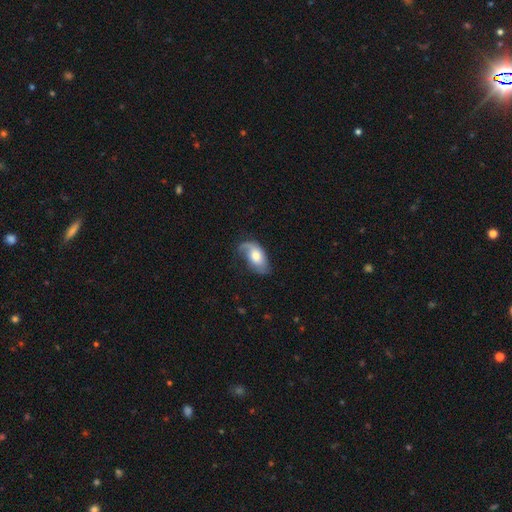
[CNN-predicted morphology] Smooth or featured? Predicted: smooth (p=0.48). Merging? Predicted: none (p=0.49).